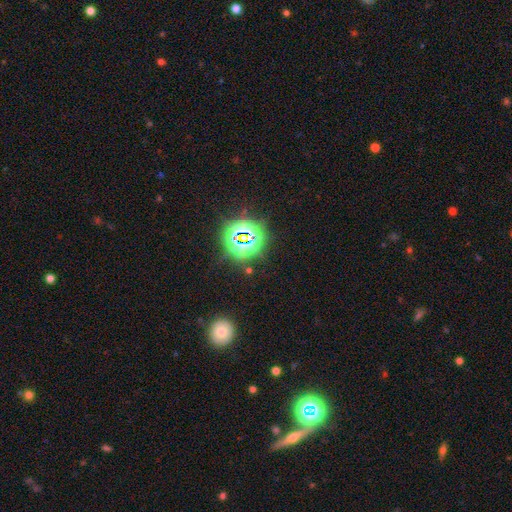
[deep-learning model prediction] Overall: star or artifact (77%).